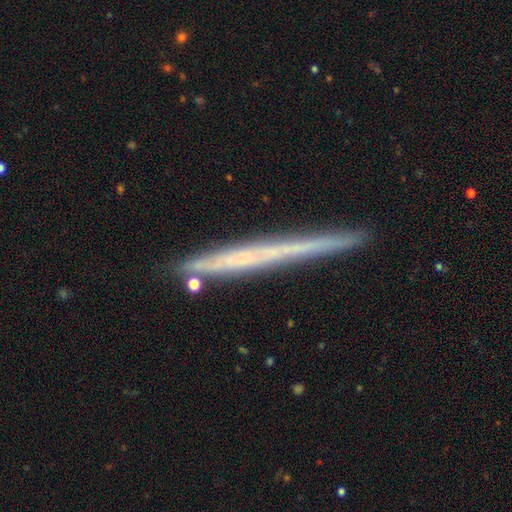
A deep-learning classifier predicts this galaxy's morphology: Smooth or featured?
  - featured or disk: 61% *
  - smooth: 32%
  - star or artifact: 8%
Edge-on disk?
  - yes: 96% *
  - no: 4%
Edge-on bulge?
  - none: 91% *
  - rounded: 6%
  - boxy: 3%
Merging?
  - none: 85% *
  - minor disturbance: 11%
  - merger: 2%
  - major disturbance: 2%